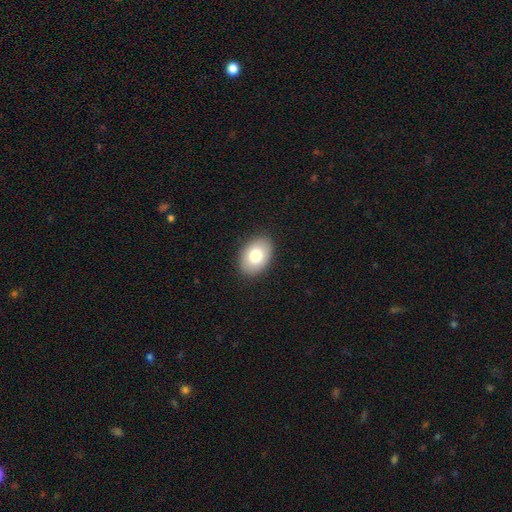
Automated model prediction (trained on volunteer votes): Overall: smooth (79%). How rounded: in between (86%). Merging: none (89%).